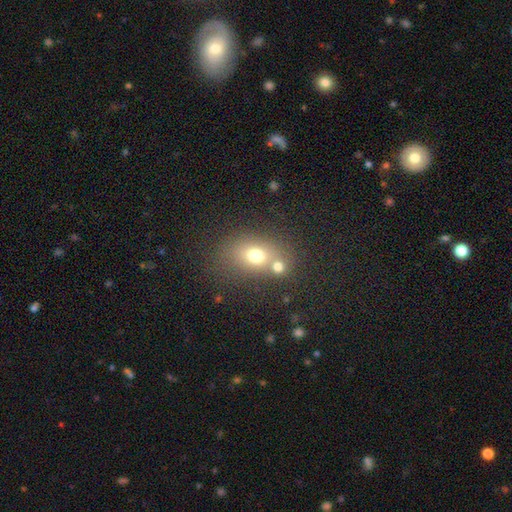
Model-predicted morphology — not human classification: This appears to be a smooth galaxy with no disk features (71%) that is in between round and cigar-shaped (61%). Merging: none (48%).